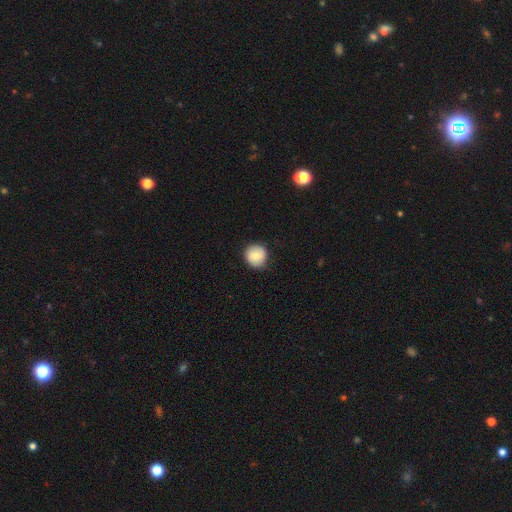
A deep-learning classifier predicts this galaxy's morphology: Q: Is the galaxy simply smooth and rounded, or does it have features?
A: smooth — 75%.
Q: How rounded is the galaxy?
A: round — 90%.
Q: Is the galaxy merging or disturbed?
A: none — 83%.